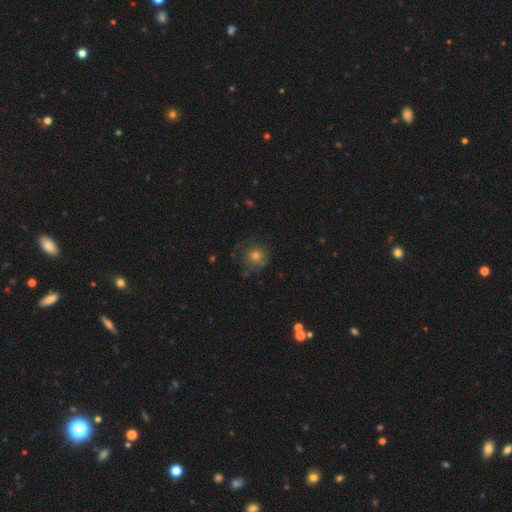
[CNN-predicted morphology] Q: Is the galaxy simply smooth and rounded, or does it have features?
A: smooth — 55%.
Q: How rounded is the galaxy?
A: round — 90%.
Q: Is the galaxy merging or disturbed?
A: none — 71%.